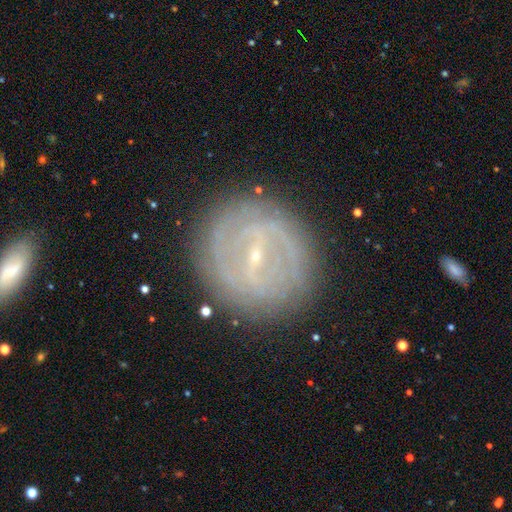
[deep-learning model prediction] A featured or disk galaxy (77%) with a strong bar (44%), 2 (40%) tight (63%) spiral arms (76%) and a small central bulge (85%). Merging: none (84%).